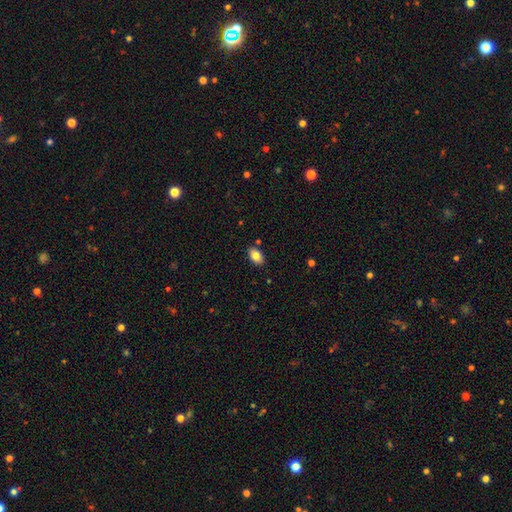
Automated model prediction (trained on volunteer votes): A smooth galaxy with no disk features (84%) that is in between round and cigar-shaped (91%).

Vote fractions:
- Smooth or featured? smooth: 84% / featured or disk: 9% / star or artifact: 8%
- How rounded? in between: 91% / round: 7% / cigar-shaped: 2%
- Merging? none: 87% / minor disturbance: 9% / merger: 2% / major disturbance: 2%